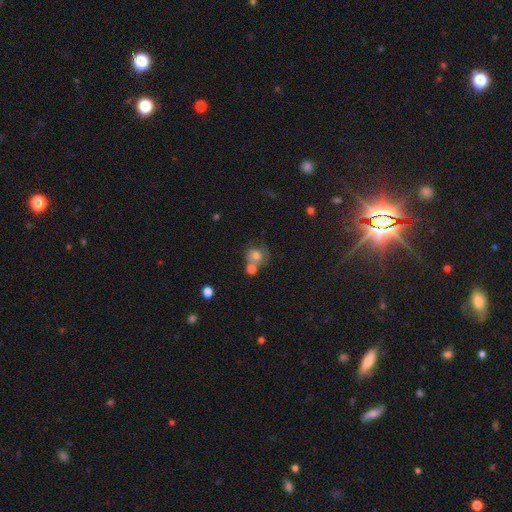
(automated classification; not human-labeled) A smooth galaxy with no disk features (64%) that is round (76%). Merging: none (40%).